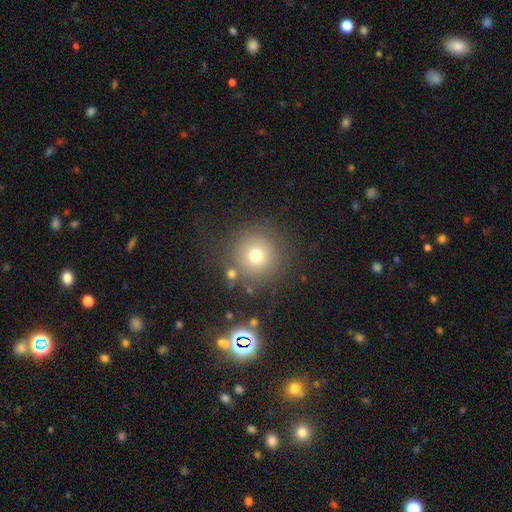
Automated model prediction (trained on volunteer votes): Overall: smooth (71%). How rounded: round (95%). Merging: none (82%).